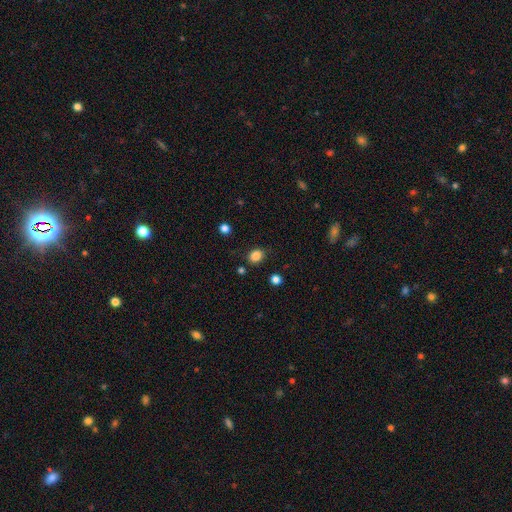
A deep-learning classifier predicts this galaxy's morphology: Smooth or featured?
  - smooth: 85% *
  - star or artifact: 11%
  - featured or disk: 4%
How rounded?
  - round: 56% *
  - in between: 43%
  - cigar-shaped: 1%
Merging?
  - none: 82% *
  - minor disturbance: 12%
  - major disturbance: 3%
  - merger: 3%